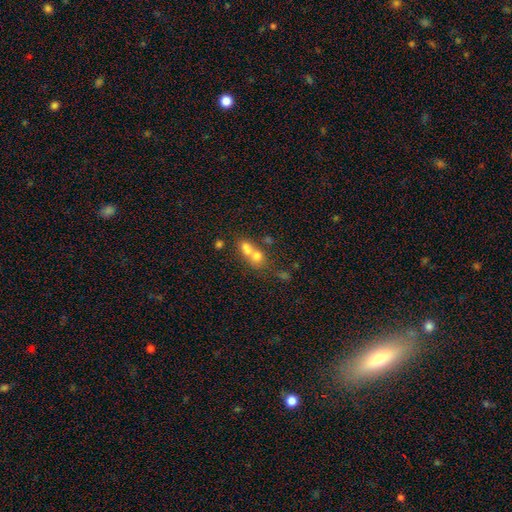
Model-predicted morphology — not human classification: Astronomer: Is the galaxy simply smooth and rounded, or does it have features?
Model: smooth — 65%.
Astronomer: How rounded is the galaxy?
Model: round — 66%.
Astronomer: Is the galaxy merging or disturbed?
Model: merger — 66%.